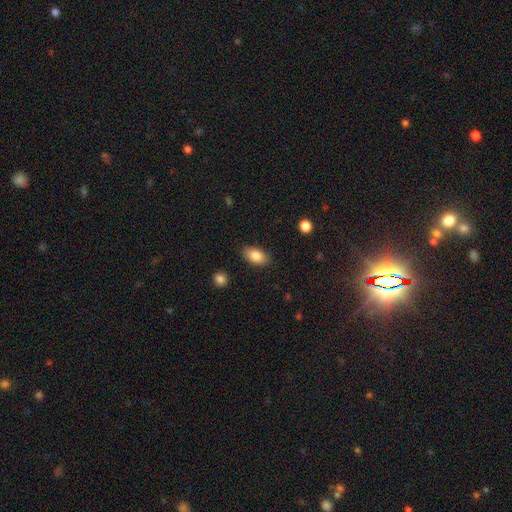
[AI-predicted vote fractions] Smooth or featured: smooth — 84% (featured or disk — 9%)
How rounded: in between — 91% (round — 6%)
Merging: none — 87% (minor disturbance — 9%)